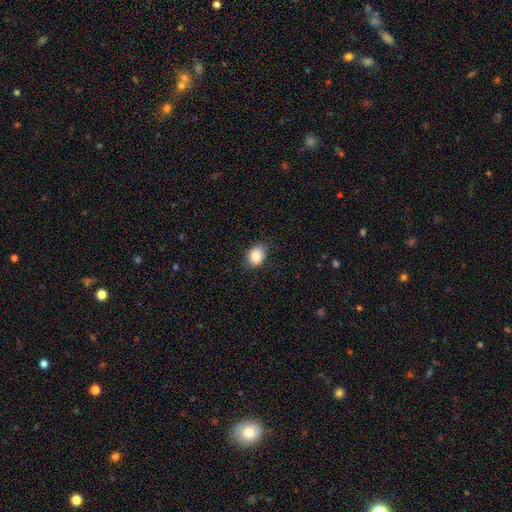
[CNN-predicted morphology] Smooth or featured? smooth (82%)
How rounded? in between (55%)
Merging? none (80%)